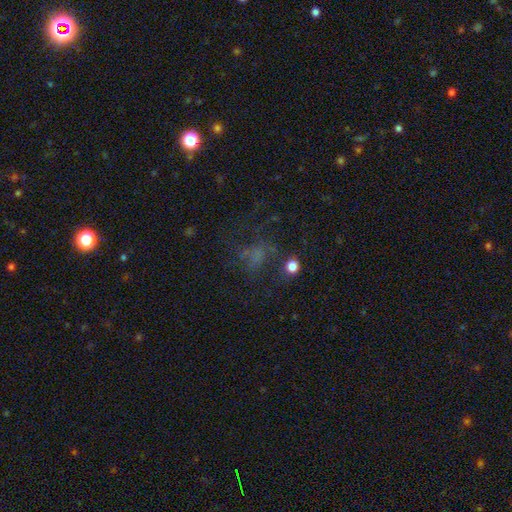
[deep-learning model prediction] Q: Smooth or featured?
A: smooth (40%); runner-up: star or artifact (32%)
Q: Merging?
A: none (48%); runner-up: major disturbance (31%)